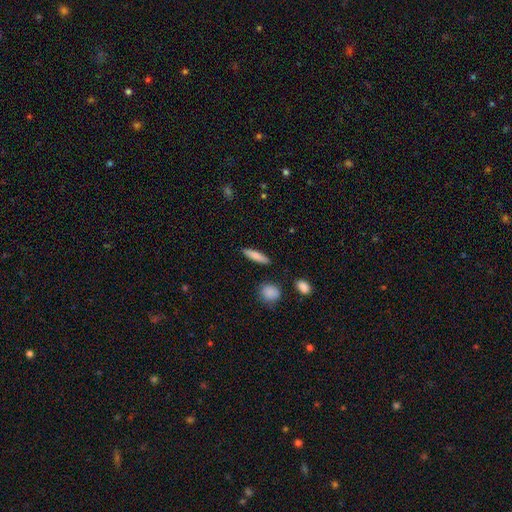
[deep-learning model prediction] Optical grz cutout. It shows a smooth galaxy with no disk features (79%) that is cigar-shaped (77%). Merging: none (88%).